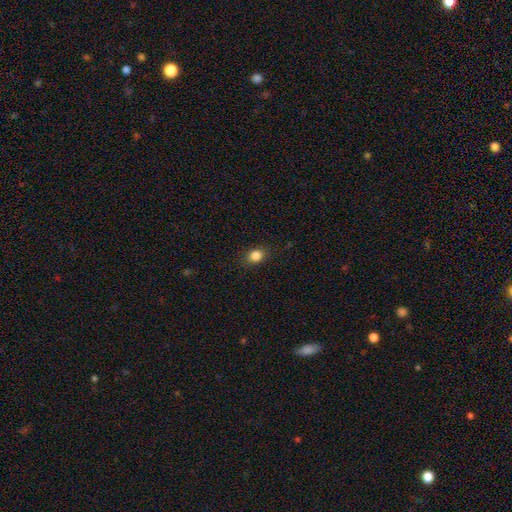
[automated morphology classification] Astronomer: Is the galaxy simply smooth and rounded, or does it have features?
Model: smooth — 85%.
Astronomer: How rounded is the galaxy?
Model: in between — 50% (runner-up: round, 48%).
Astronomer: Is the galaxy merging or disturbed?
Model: none — 86%.